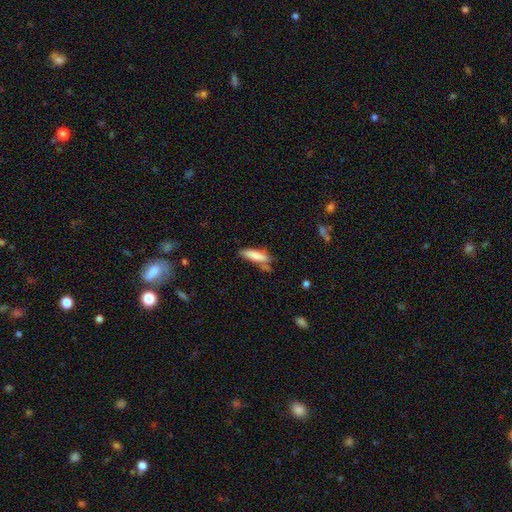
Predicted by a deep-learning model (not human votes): This appears to be a smooth galaxy with no disk features (79%) that is cigar-shaped (64%). Merging: none (54%).